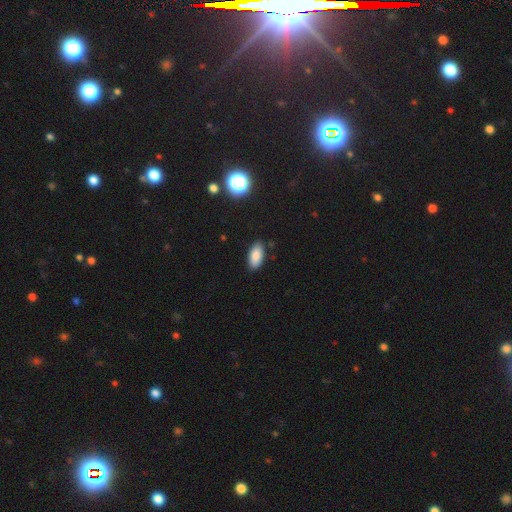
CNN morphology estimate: This appears to be a smooth galaxy with no disk features (86%) that is in between round and cigar-shaped (92%). Merging: none (87%).